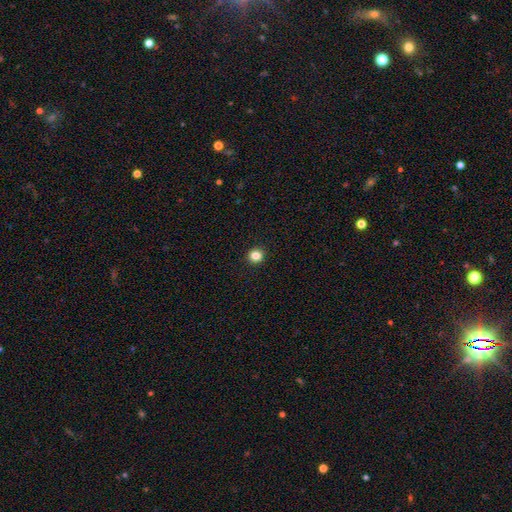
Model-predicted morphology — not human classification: Smooth or featured? smooth (84%)
How rounded? round (92%)
Merging? none (94%)